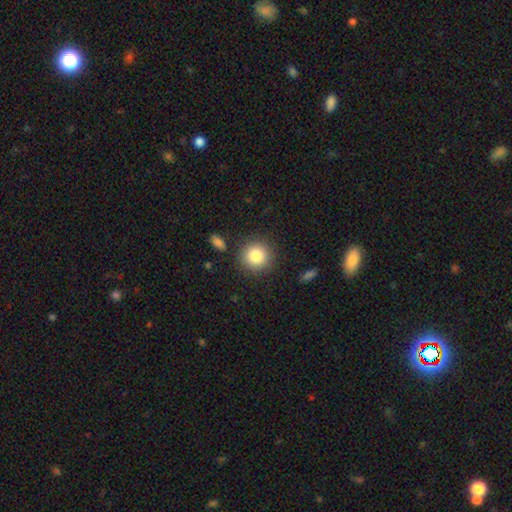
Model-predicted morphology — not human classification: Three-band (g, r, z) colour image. It shows a smooth galaxy with no disk features (83%) that is round (93%). Merging: none (87%).